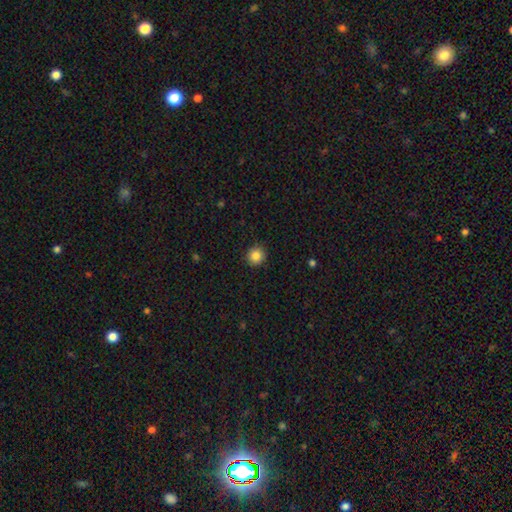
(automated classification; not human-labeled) Overall: smooth (85%). How rounded: round (92%). Merging: none (91%).